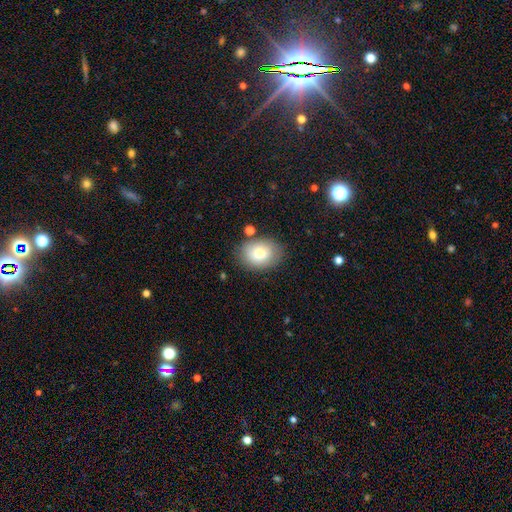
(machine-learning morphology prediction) Smooth or featured? Predicted: smooth (p=0.79). How rounded? Predicted: in between (p=0.71). Merging? Predicted: none (p=0.79).